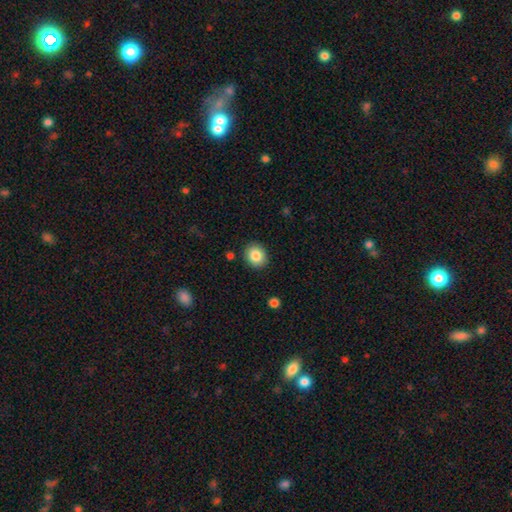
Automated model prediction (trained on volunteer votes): The model was most divided on "how rounded": round: 66%, in between: 33%, cigar-shaped: 1%. More confident: merging — none (88%); smooth or featured — smooth (85%).